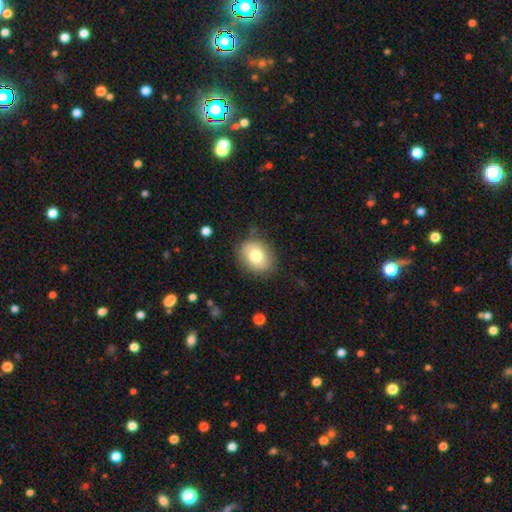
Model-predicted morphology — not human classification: Smooth or featured: smooth — 77% (featured or disk — 14%)
How rounded: round — 53% (in between — 46%)
Merging: none — 83% (minor disturbance — 12%)